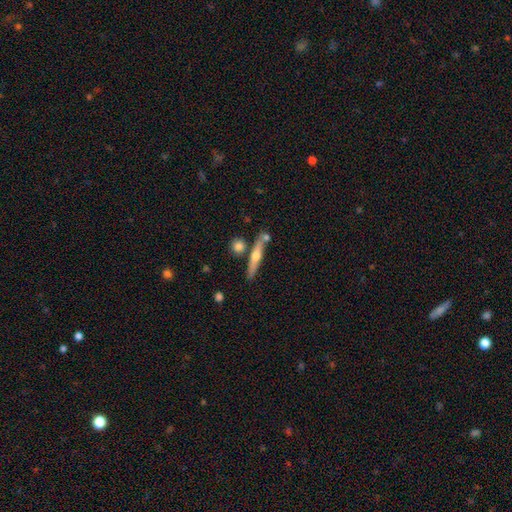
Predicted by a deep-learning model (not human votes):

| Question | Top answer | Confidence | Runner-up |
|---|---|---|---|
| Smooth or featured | featured or disk | 55% | smooth (38%) |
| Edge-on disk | yes | 94% | no (6%) |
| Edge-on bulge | rounded | 89% | none (7%) |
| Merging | none | 73% | merger (12%) |